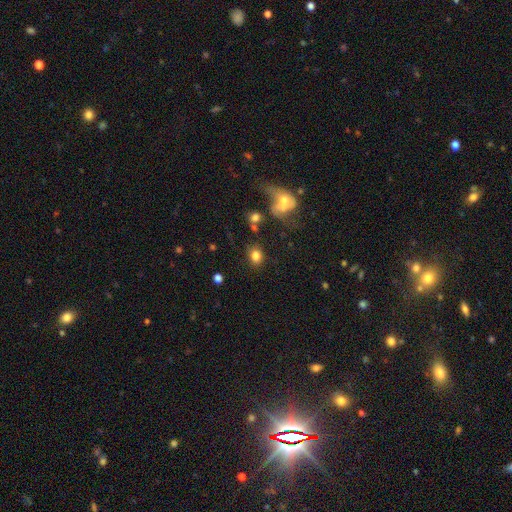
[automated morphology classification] smooth-or-featured: smooth: 81% | star or artifact: 11% | featured or disk: 8%
  how-rounded: in between: 50% | round: 48% | cigar-shaped: 1%
  merging: none: 76% | minor disturbance: 12% | merger: 6% | major disturbance: 5%